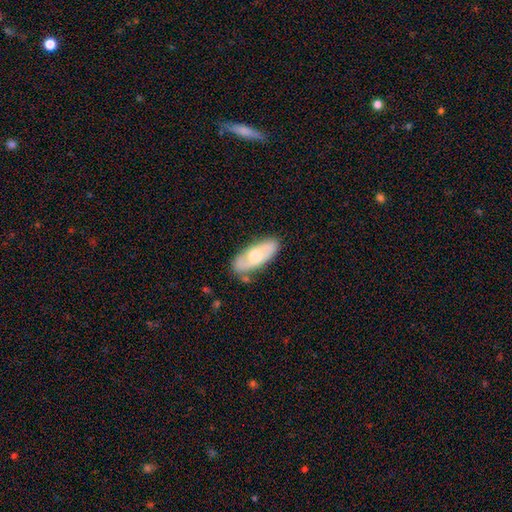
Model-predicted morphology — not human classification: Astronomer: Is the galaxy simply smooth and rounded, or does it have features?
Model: featured or disk — 51% (runner-up: smooth, 44%).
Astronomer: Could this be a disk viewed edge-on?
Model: no — 80%.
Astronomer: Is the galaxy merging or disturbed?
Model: none — 77%.